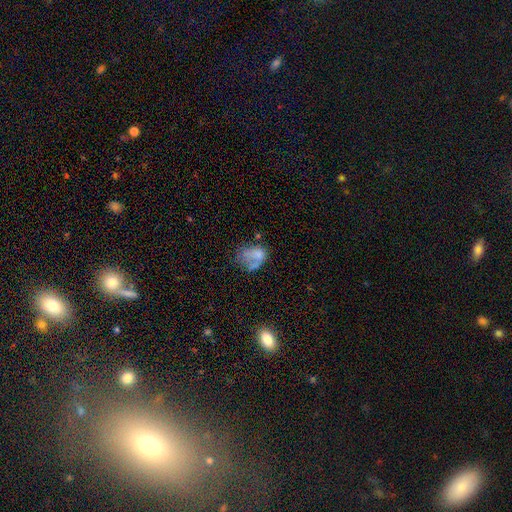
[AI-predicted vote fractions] Smooth or featured? smooth (56%)
How rounded? in between (69%)
Merging? major disturbance (40%)